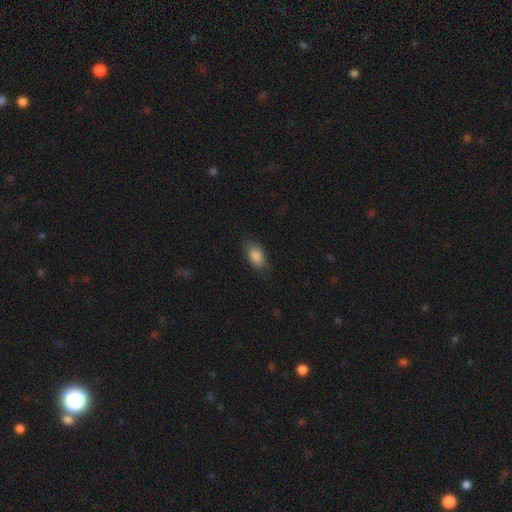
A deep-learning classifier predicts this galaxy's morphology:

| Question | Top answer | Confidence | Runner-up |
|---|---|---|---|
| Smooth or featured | smooth | 86% | star or artifact (7%) |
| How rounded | in between | 90% | round (7%) |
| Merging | none | 79% | minor disturbance (16%) |